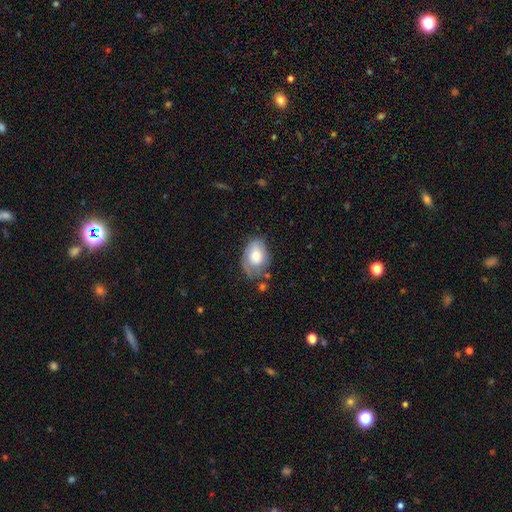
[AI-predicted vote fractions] Smooth or featured? smooth (64%)
How rounded? in between (82%)
Merging? none (50%)